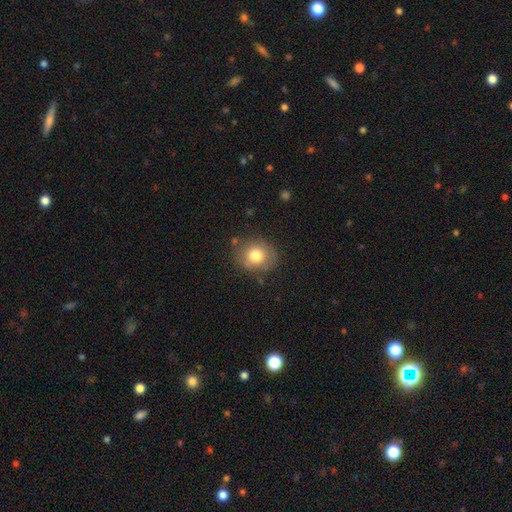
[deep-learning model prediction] This is likely a smooth galaxy (76%). How rounded: likely round (73%). Merging: likely none (80%).